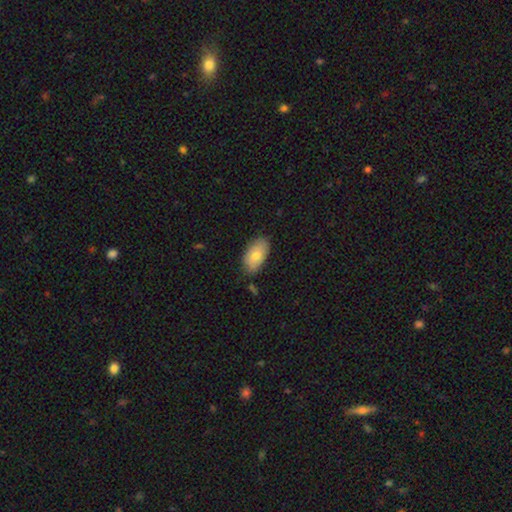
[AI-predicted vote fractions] A smooth galaxy with no disk features (77%) that is in between round and cigar-shaped (94%). Merging: none (79%).